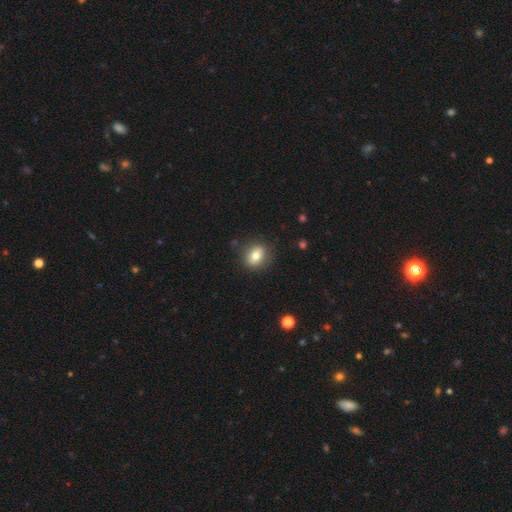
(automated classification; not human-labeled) smooth_or_featured: smooth (p=0.73) [alt: featured or disk p=0.17]
how_rounded: round (p=0.61) [alt: in between p=0.37]
merging: none (p=0.85) [alt: minor disturbance p=0.10]